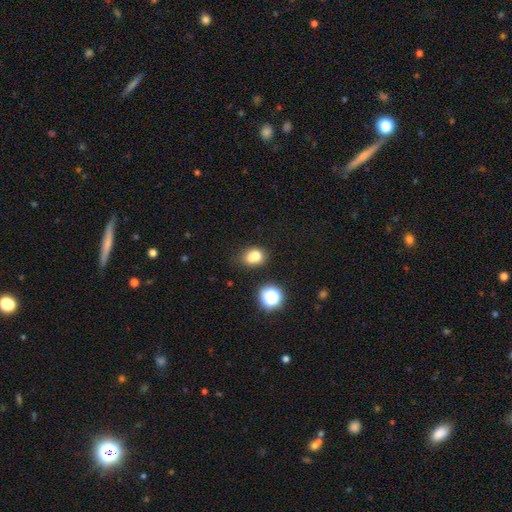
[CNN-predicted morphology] This is likely a smooth galaxy (78%). How rounded: possibly in between (57%). Merging: likely none (62%).